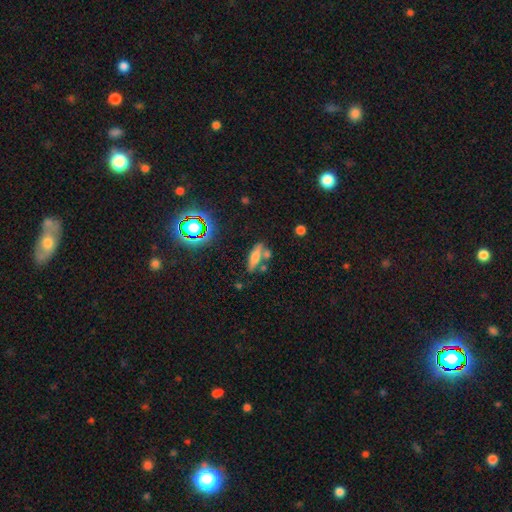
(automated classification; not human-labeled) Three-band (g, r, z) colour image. It shows a smooth galaxy with no disk features (62%) that is cigar-shaped (51%). Merging: none (58%).